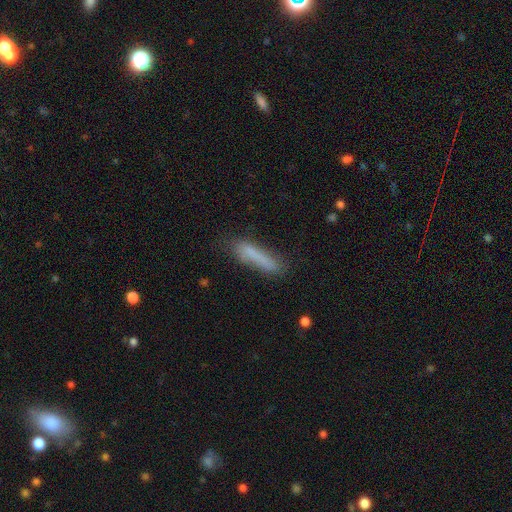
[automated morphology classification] Smooth or featured?
  - smooth: 75% *
  - featured or disk: 16%
  - star or artifact: 9%
How rounded?
  - cigar-shaped: 84% *
  - in between: 15%
  - round: 2%
Merging?
  - none: 68% *
  - minor disturbance: 21%
  - major disturbance: 7%
  - merger: 4%